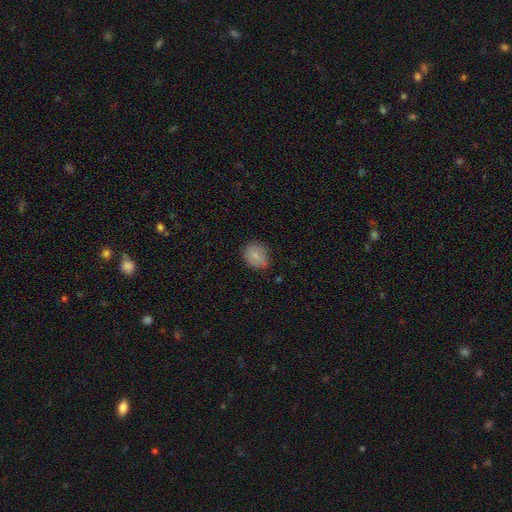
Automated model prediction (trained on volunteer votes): smooth-or-featured: smooth: 82% | star or artifact: 9% | featured or disk: 9%
  how-rounded: round: 62% | in between: 37% | cigar-shaped: 1%
  merging: none: 75% | minor disturbance: 20% | major disturbance: 4% | merger: 1%